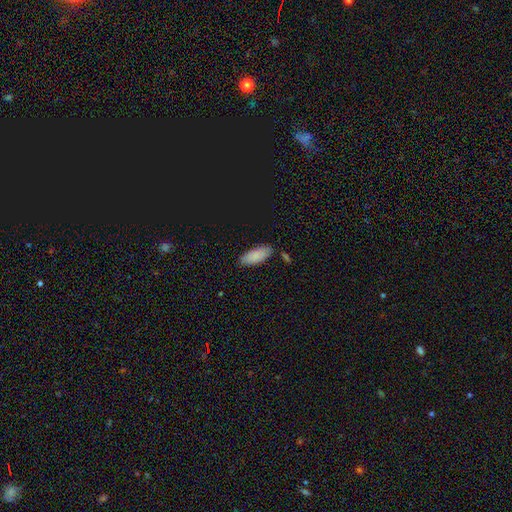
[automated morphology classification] Smooth or featured? smooth (82%)
How rounded? in between (83%)
Merging? none (79%)